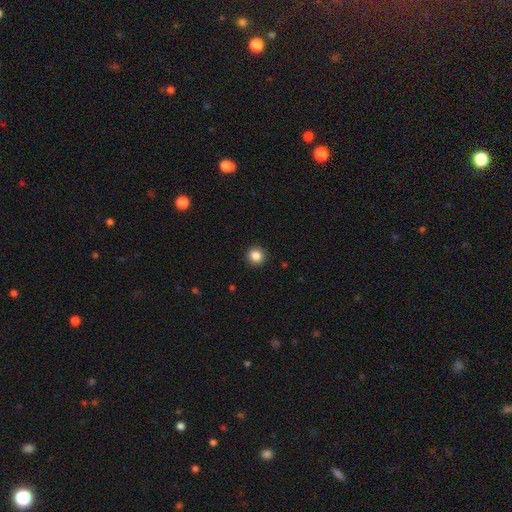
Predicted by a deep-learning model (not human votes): Smooth or featured? smooth (85%)
How rounded? round (94%)
Merging? none (93%)